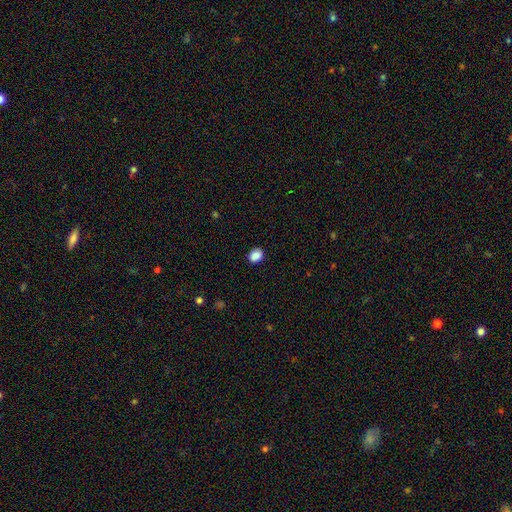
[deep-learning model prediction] smooth-or-featured: smooth: 88% | star or artifact: 9% | featured or disk: 3%
  how-rounded: in between: 56% | round: 44% | cigar-shaped: 1%
  merging: none: 89% | minor disturbance: 8% | major disturbance: 2% | merger: 1%